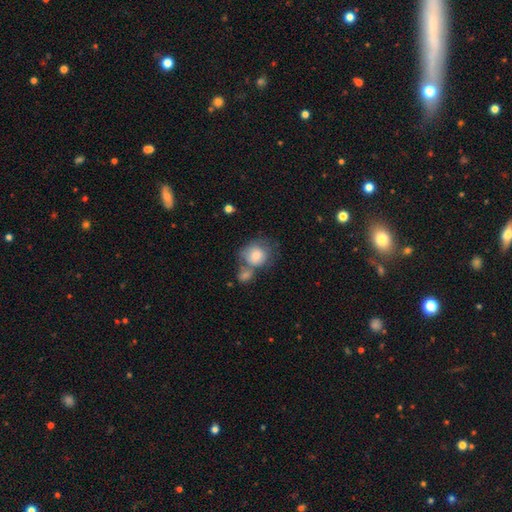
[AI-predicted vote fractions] Smooth or featured? smooth (79%)
How rounded? round (71%)
Merging? merger (42%)